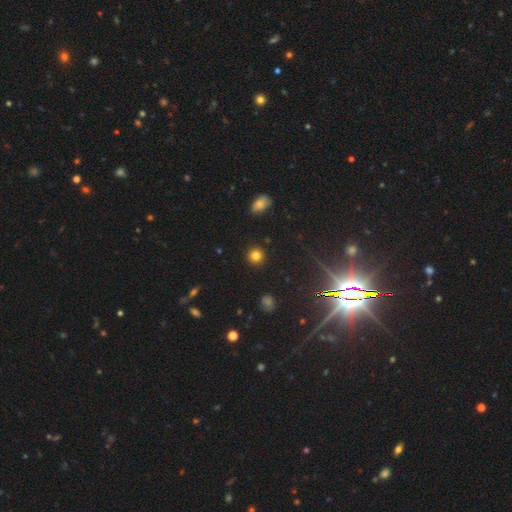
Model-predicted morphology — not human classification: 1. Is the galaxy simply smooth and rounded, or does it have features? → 80% smooth, 15% star or artifact, 6% featured or disk.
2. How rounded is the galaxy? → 93% round, 6% in between, 1% cigar-shaped.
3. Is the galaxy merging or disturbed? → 91% none, 5% minor disturbance, 2% major disturbance, 1% merger.